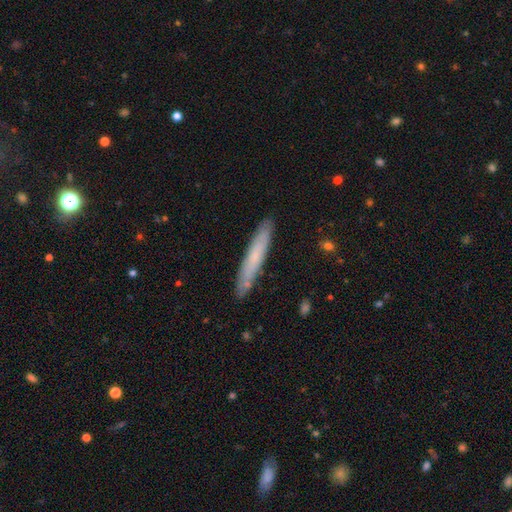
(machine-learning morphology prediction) type=smooth (59%); roundness=cigar-shaped (95%); merging=none (88%).